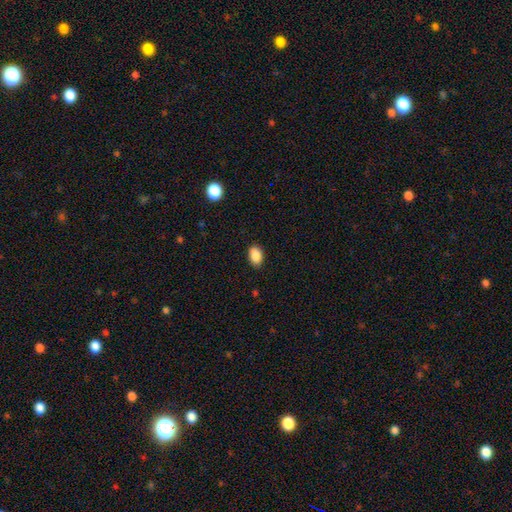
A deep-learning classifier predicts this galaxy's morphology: smooth-or-featured: smooth: 88% | star or artifact: 8% | featured or disk: 4%
  how-rounded: in between: 87% | round: 12% | cigar-shaped: 1%
  merging: none: 87% | minor disturbance: 10% | major disturbance: 2% | merger: 1%